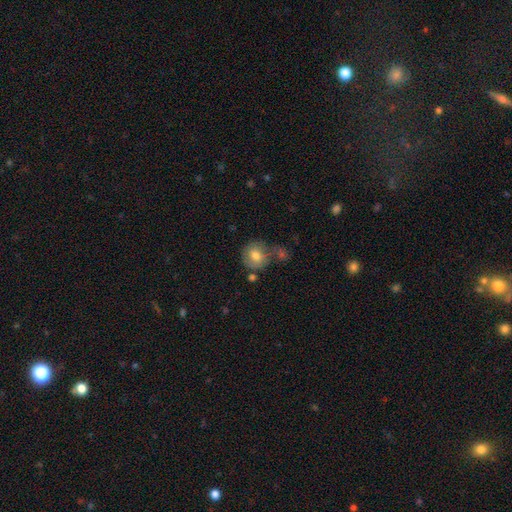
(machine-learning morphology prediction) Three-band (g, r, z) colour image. It shows a smooth galaxy with no disk features (73%) that is round (80%). Merging: none (54%).